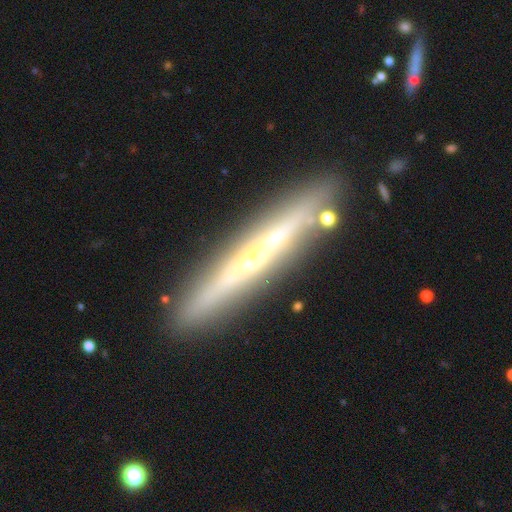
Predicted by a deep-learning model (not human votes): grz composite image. It shows a featured or disk galaxy (74%) viewed edge-on (93%) with a rounded central bulge (53%). Merging: none (88%).